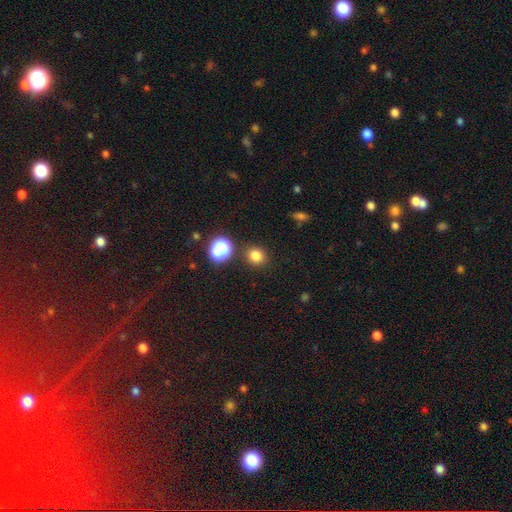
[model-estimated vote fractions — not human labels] The model was most divided on "smooth or featured": smooth: 78%, star or artifact: 16%, featured or disk: 5%. More confident: merging — none (86%); how rounded — round (83%).